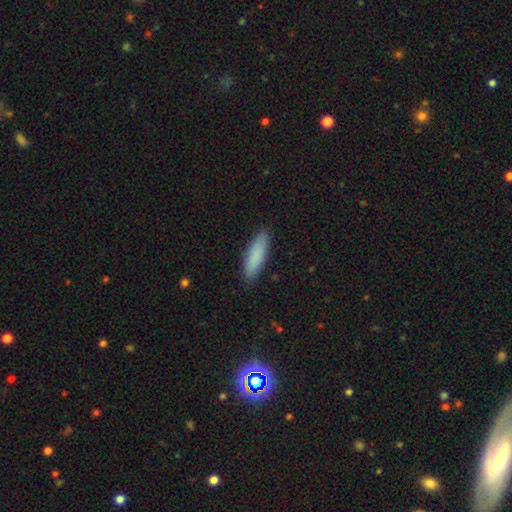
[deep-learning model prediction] The model was most divided on "how rounded": cigar-shaped: 58%, in between: 41%, round: 1%. More confident: merging — none (87%); smooth or featured — smooth (87%).